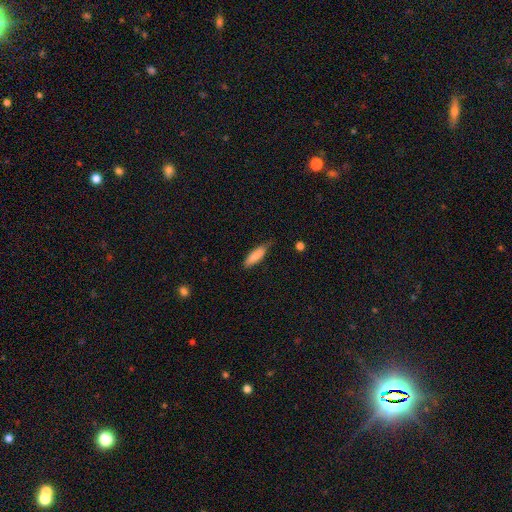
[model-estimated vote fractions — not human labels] This is clearly a smooth galaxy (85%). How rounded: possibly cigar-shaped (53%). Merging: likely none (61%).